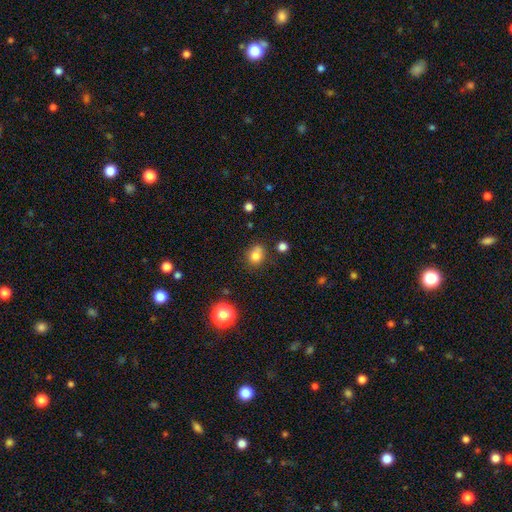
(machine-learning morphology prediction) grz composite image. It shows a smooth galaxy with no disk features (79%) that is round (65%). Merging: none (62%).